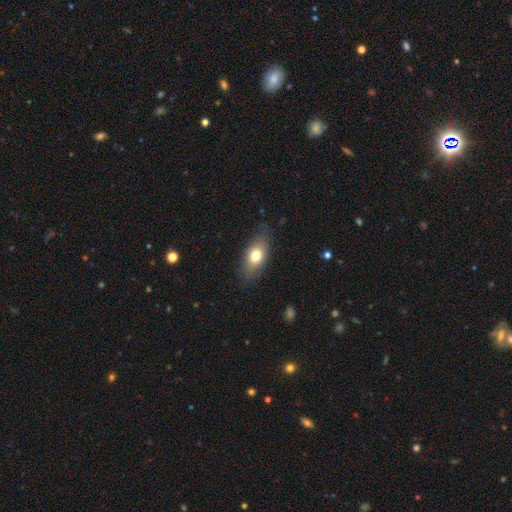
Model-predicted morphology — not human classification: type=smooth (73%); roundness=in between (84%); merging=none (79%).